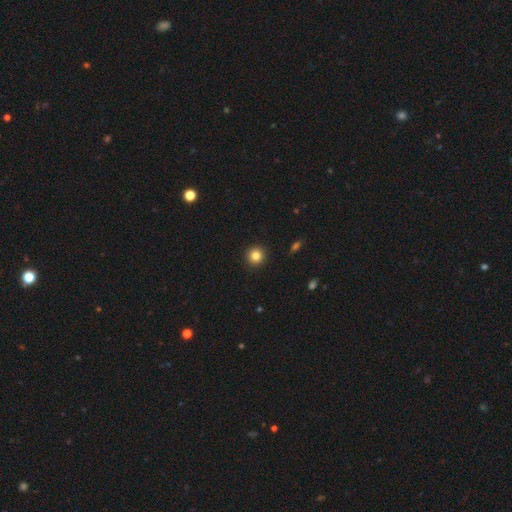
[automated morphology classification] A smooth galaxy with no disk features (83%) that is round (94%). Merging: none (93%).